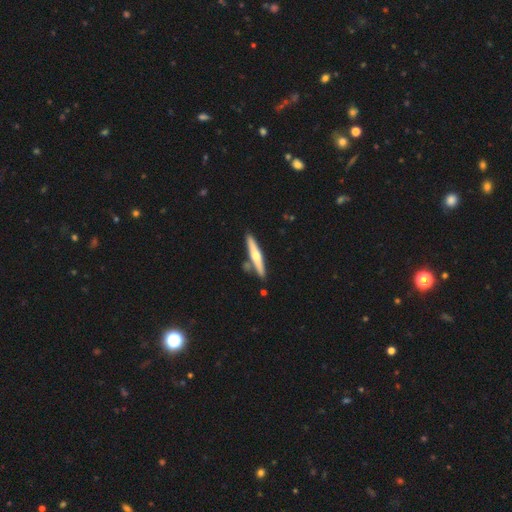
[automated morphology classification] This is possibly a featured or disk galaxy (56%). It is clearly viewed edge-on (95%). Edge-on bulge: clearly rounded (88%). Merging: clearly none (82%).